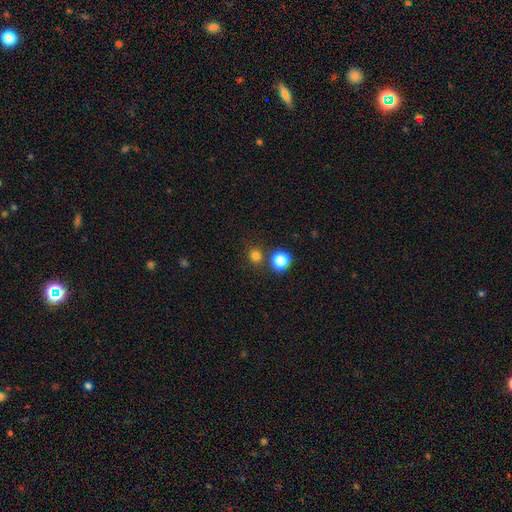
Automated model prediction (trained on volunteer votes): Smooth or featured: smooth — 77% (star or artifact — 18%)
How rounded: round — 90% (in between — 9%)
Merging: none — 76% (merger — 14%)